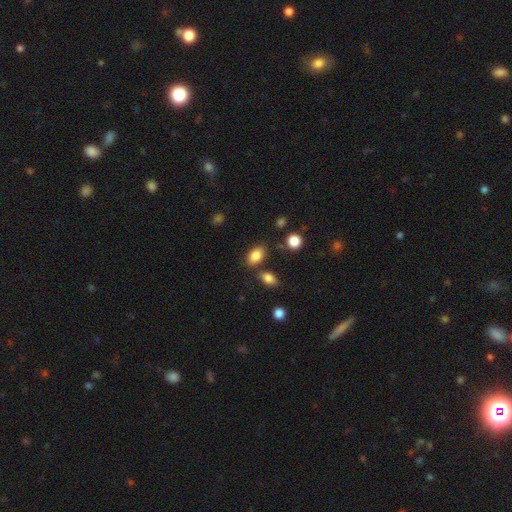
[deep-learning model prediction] This appears to be a smooth galaxy with no disk features (84%) that is in between round and cigar-shaped (88%). Merging: none (73%).